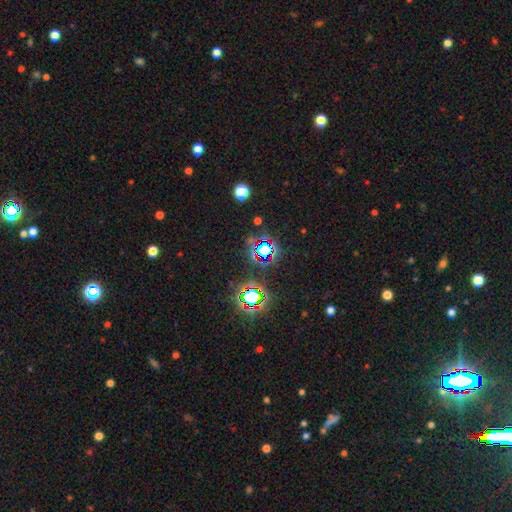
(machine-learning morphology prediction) Smooth or featured?
  - star or artifact: 74% *
  - smooth: 16%
  - featured or disk: 10%